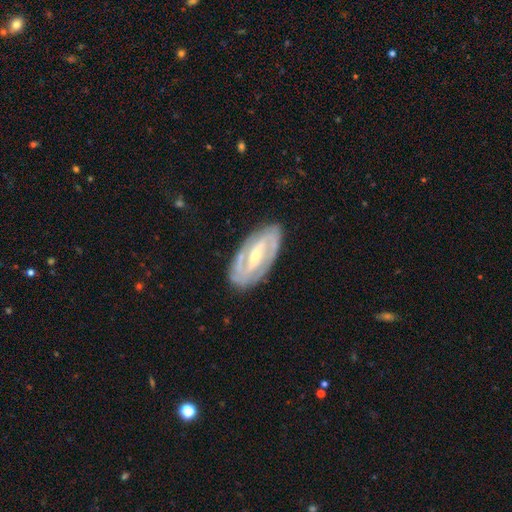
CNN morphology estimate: This is clearly a featured or disk galaxy (87%). It is clearly not viewed edge-on (93%). Bar: possibly strong (54%). Spiral arm pattern: clearly yes (92%). Spiral arm count: likely 2 (76%). Spiral winding: possibly tight (52%). Central bulge: possibly small (60%). Merging: clearly none (84%).